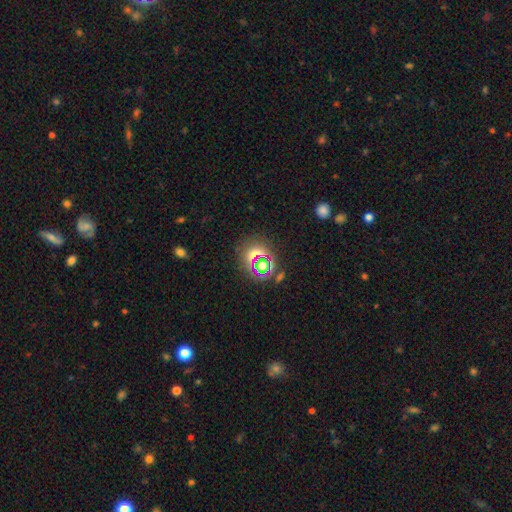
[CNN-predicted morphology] type=star or artifact (50%).